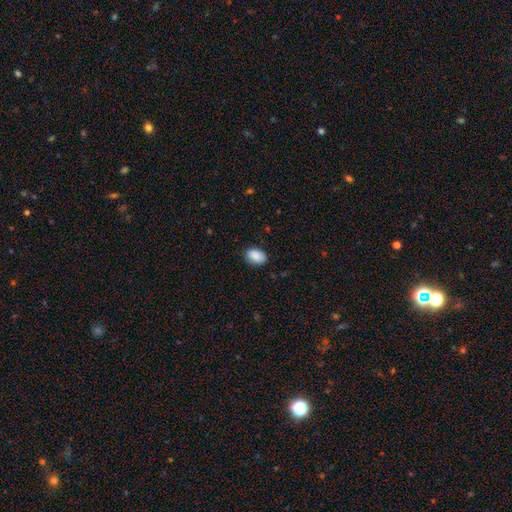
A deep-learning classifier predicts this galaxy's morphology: This is clearly a smooth galaxy (88%). How rounded: clearly in between (83%). Merging: clearly none (84%).